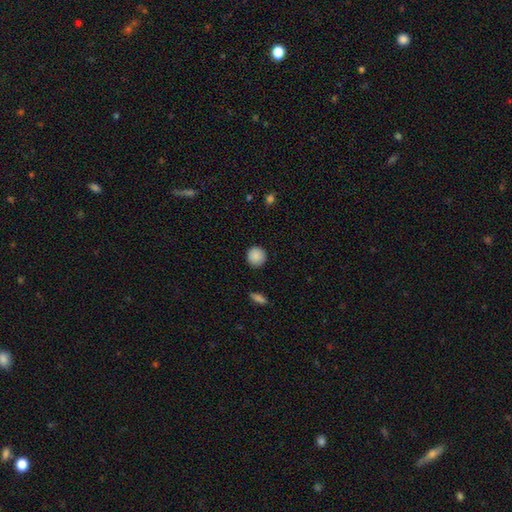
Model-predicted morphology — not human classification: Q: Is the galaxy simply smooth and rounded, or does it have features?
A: smooth — 89%.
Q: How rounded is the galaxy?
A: round — 94%.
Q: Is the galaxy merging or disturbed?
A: none — 89%.